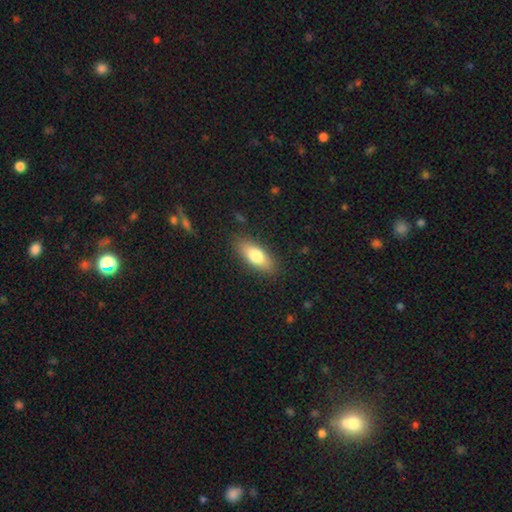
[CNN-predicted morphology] Overall: smooth (75%). How rounded: in between (74%). Merging: none (86%).